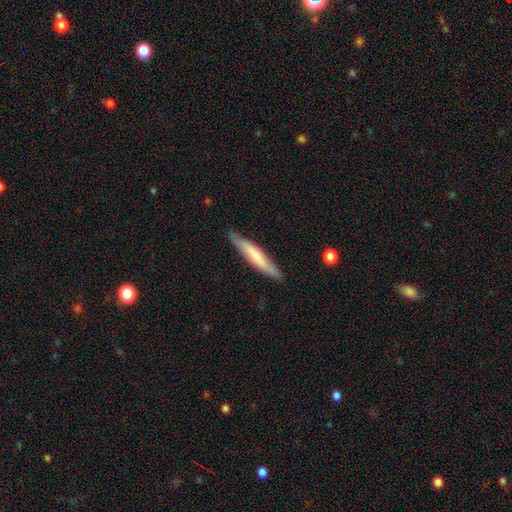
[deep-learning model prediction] smooth 62%, featured or disk 33%, star or artifact 5%. Down the decision tree: how rounded — cigar-shaped (90%); merging — none (86%).